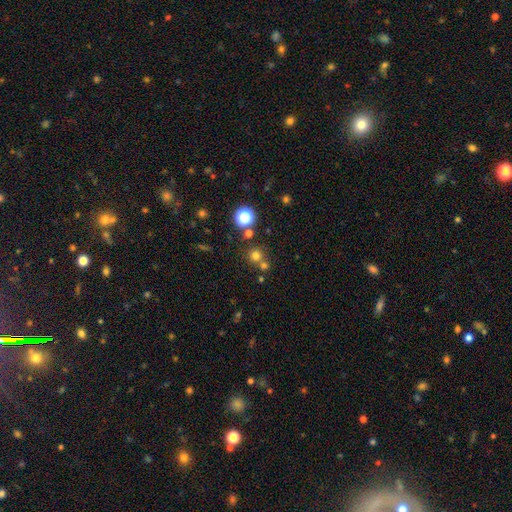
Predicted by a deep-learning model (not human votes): Overall: smooth (70%). How rounded: round (93%). Merging: none (69%).